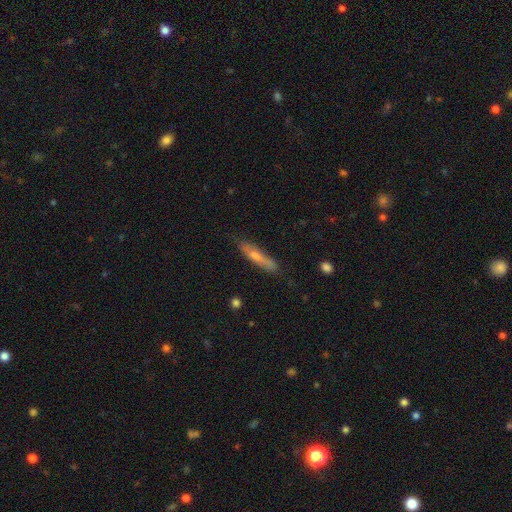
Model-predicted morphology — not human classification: type=smooth (56%); roundness=cigar-shaped (88%); merging=none (76%).